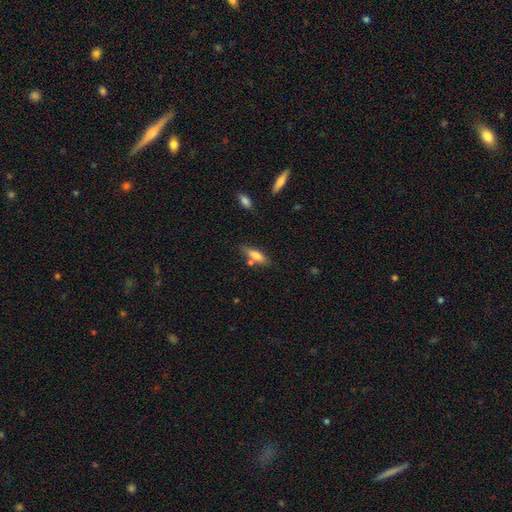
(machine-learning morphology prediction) Smooth or featured: smooth — 73% (featured or disk — 20%)
How rounded: cigar-shaped — 53% (in between — 45%)
Merging: none — 68% (minor disturbance — 16%)